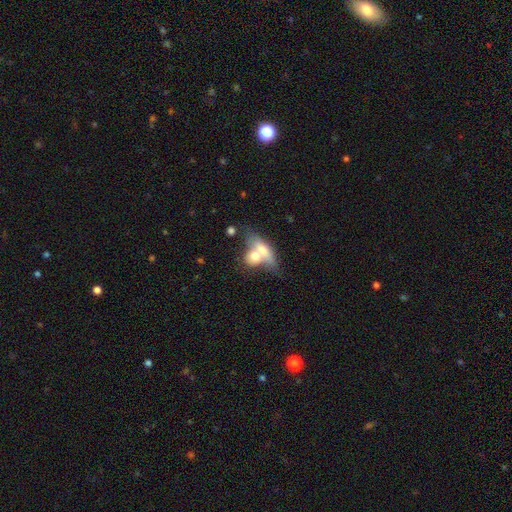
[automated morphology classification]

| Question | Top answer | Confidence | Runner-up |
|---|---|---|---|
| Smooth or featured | smooth | 63% | featured or disk (30%) |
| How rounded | in between | 58% | round (24%) |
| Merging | merger | 63% | none (23%) |